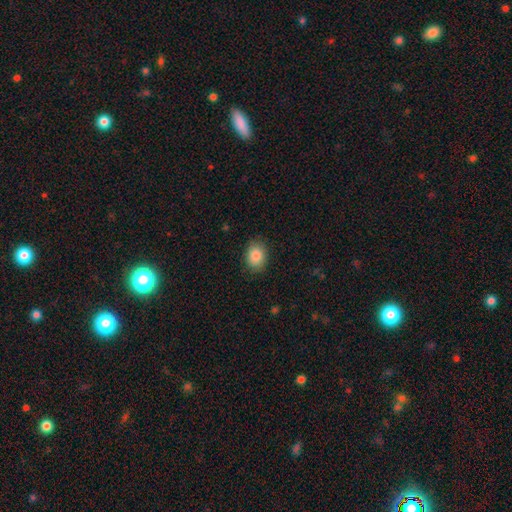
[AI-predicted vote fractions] A smooth galaxy with no disk features (86%) that is in between round and cigar-shaped (62%). Merging: none (86%).